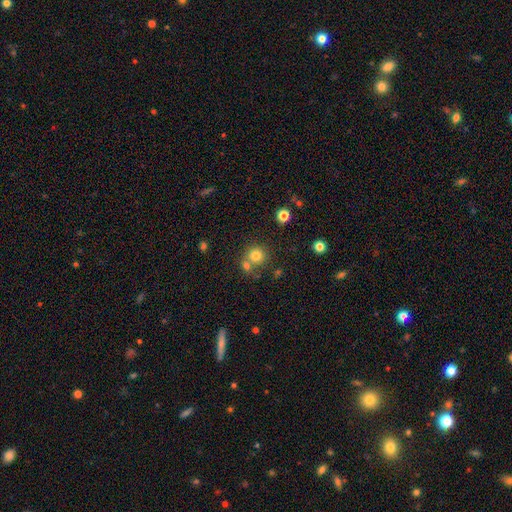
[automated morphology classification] smooth 78%, star or artifact 14%, featured or disk 8%. Down the decision tree: how rounded — round (90%); merging — none (61%).